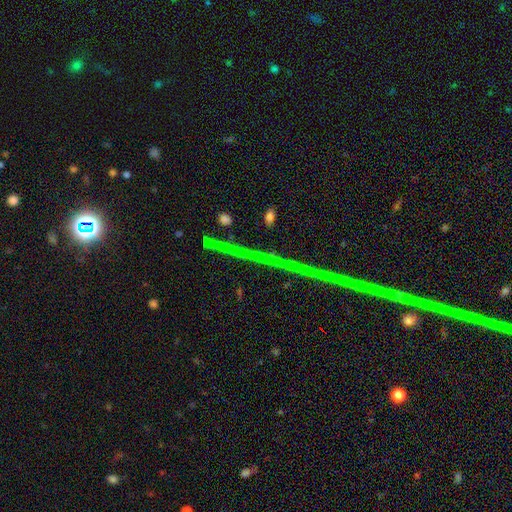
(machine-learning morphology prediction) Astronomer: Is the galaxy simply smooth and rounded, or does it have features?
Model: star or artifact — 70%.